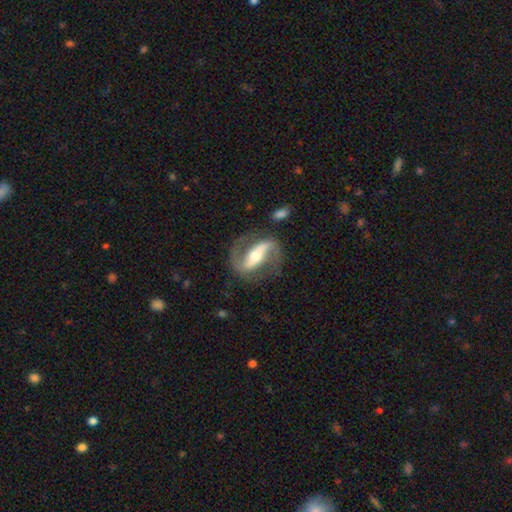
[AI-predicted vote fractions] Q: Smooth or featured?
A: featured or disk (88%); runner-up: smooth (8%)
Q: Edge-on disk?
A: no (93%); runner-up: yes (7%)
Q: Bar?
A: strong (65%); runner-up: weak (21%)
Q: Spiral arms?
A: yes (94%); runner-up: no (6%)
Q: Spiral winding?
A: medium (48%); runner-up: loose (34%)
Q: Spiral arm count?
A: 2 (91%); runner-up: 1 (3%)
Q: Bulge size?
A: moderate (61%); runner-up: small (27%)
Q: Merging?
A: none (78%); runner-up: minor disturbance (12%)